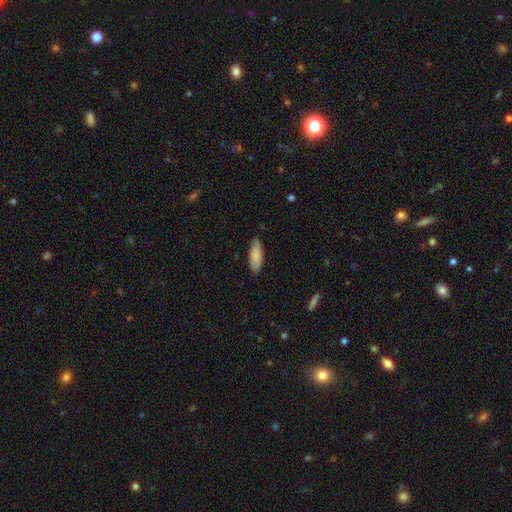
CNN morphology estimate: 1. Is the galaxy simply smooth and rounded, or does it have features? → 83% smooth, 11% featured or disk, 6% star or artifact.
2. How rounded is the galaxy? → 72% in between, 27% cigar-shaped, 2% round.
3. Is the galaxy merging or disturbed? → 84% none, 13% minor disturbance, 2% major disturbance, 1% merger.